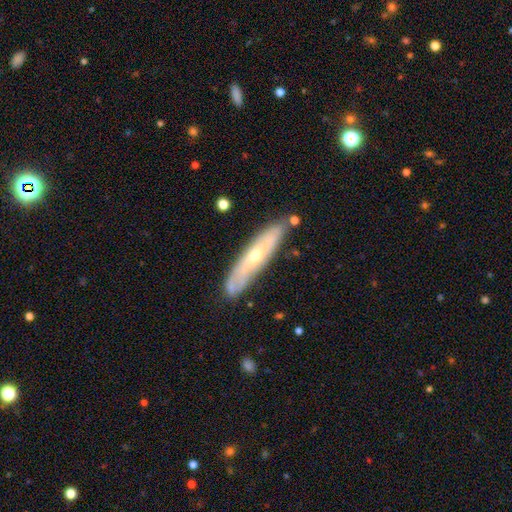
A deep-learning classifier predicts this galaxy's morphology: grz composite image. It shows a featured or disk galaxy (58%) viewed edge-on (61%). Merging: none (80%).